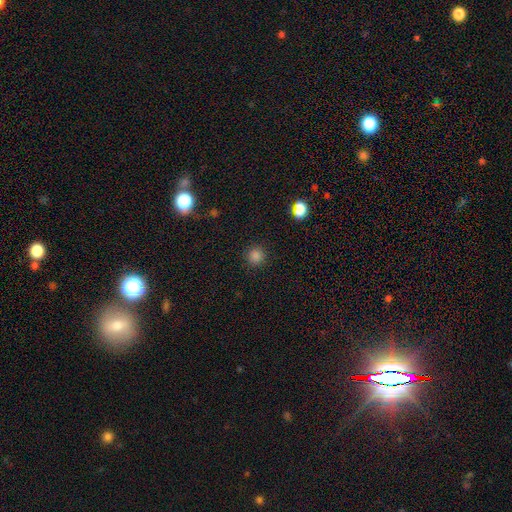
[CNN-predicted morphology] A smooth galaxy with no disk features (84%) that is round (94%). Merging: none (91%).